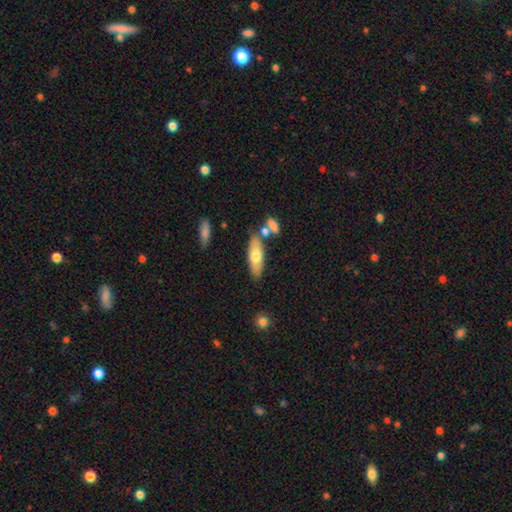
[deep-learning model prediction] smooth-or-featured: smooth: 64% | featured or disk: 30% | star or artifact: 6%
  how-rounded: in between: 57% | cigar-shaped: 40% | round: 3%
  merging: none: 72% | minor disturbance: 13% | merger: 12% | major disturbance: 3%